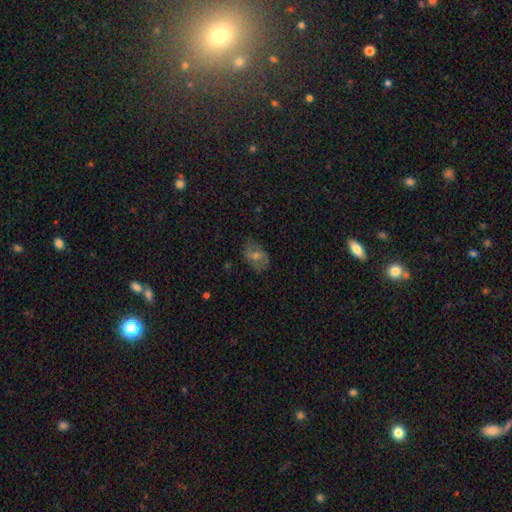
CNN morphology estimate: featured or disk 47%, smooth 36%, star or artifact 17%. Down the decision tree: merging — none (74%).